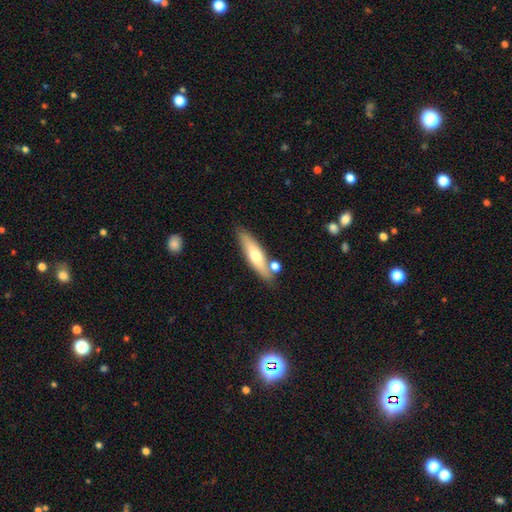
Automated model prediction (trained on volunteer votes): A smooth galaxy with no disk features (53%) that is cigar-shaped (69%). Merging: none (74%).